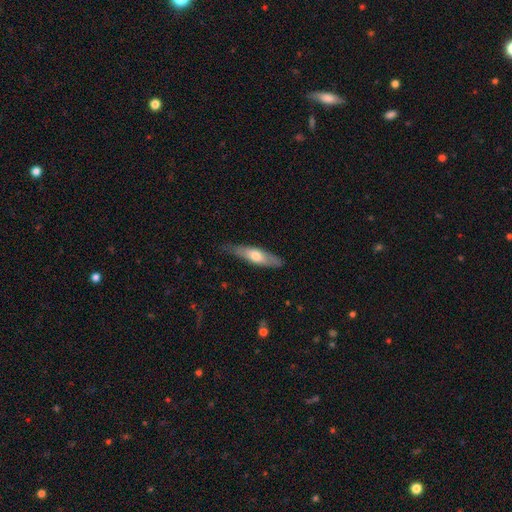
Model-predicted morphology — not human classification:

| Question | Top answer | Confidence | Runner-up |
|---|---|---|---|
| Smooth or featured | smooth | 56% | featured or disk (39%) |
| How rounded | cigar-shaped | 68% | in between (30%) |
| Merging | none | 73% | minor disturbance (21%) |